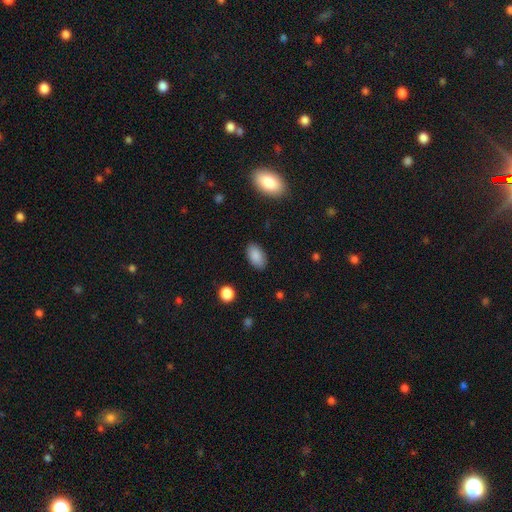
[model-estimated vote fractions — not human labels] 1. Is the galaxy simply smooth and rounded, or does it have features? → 88% smooth, 7% star or artifact, 4% featured or disk.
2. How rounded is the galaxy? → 94% in between, 5% round, 2% cigar-shaped.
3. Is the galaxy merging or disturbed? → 87% none, 9% minor disturbance, 2% major disturbance, 1% merger.